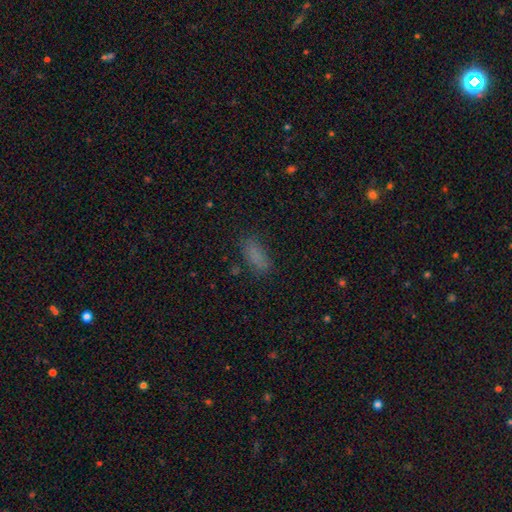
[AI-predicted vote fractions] smooth 81%, star or artifact 13%, featured or disk 6%. Down the decision tree: how rounded — in between (77%); merging — none (77%).